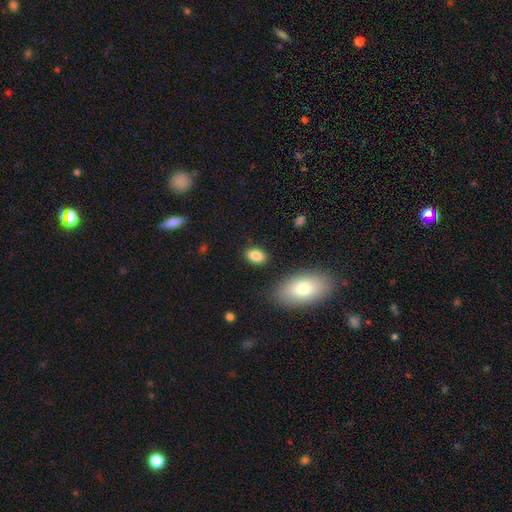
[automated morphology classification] smooth 86%, star or artifact 8%, featured or disk 6%. Down the decision tree: how rounded — in between (87%); merging — none (85%).